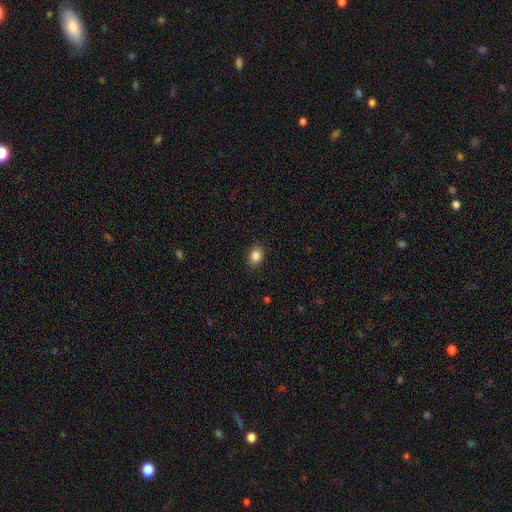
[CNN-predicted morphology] A smooth galaxy with no disk features (86%) that is in between round and cigar-shaped (63%). Merging: none (89%).